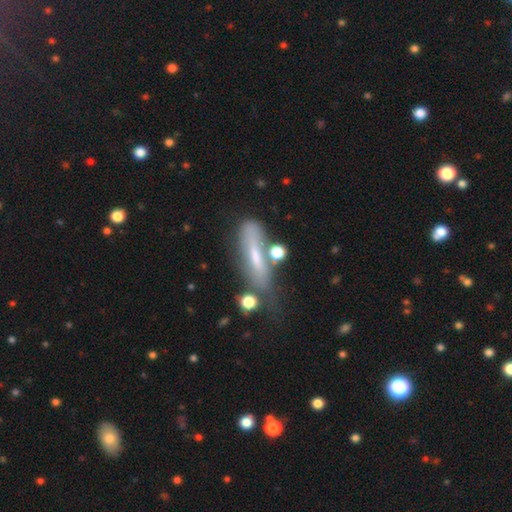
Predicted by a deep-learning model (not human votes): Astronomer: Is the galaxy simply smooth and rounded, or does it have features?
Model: smooth — 46% (runner-up: featured or disk, 44%).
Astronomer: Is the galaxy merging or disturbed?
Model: none — 44% (runner-up: minor disturbance, 25%).